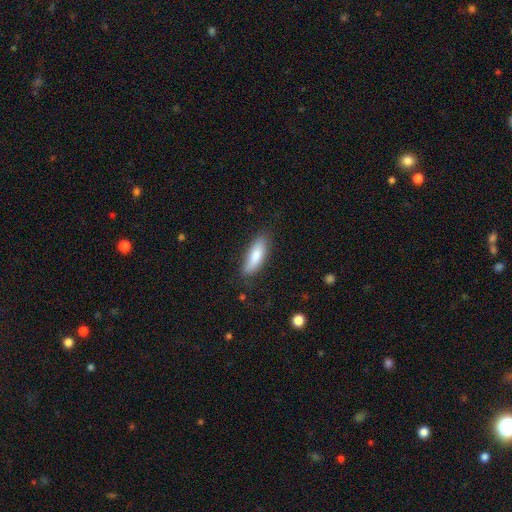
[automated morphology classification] Smooth or featured? Predicted: smooth (p=0.81). How rounded? Predicted: in between (p=0.55). Merging? Predicted: none (p=0.78).